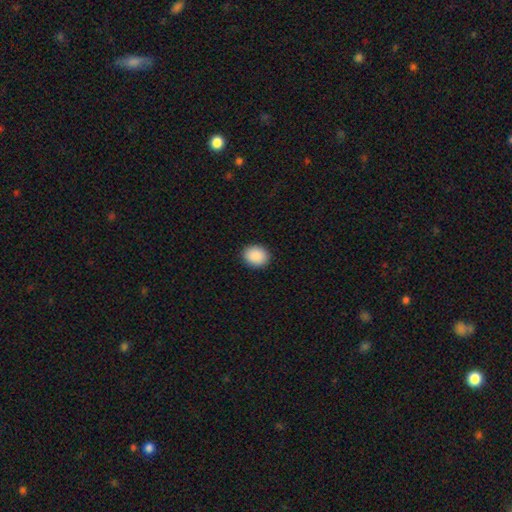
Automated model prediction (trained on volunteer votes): Smooth or featured?
  - smooth: 90% *
  - star or artifact: 7%
  - featured or disk: 3%
How rounded?
  - round: 50% *
  - in between: 49%
  - cigar-shaped: 1%
Merging?
  - none: 91% *
  - minor disturbance: 7%
  - major disturbance: 2%
  - merger: 1%